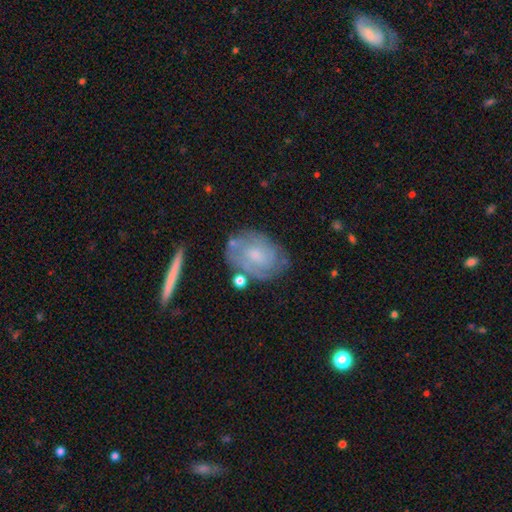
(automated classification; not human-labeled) Smooth or featured? featured or disk (57%)
Edge-on disk? no (95%)
Bar? no (68%)
Spiral arms? yes (73%)
Bulge size? moderate (39%)
Merging? none (64%)